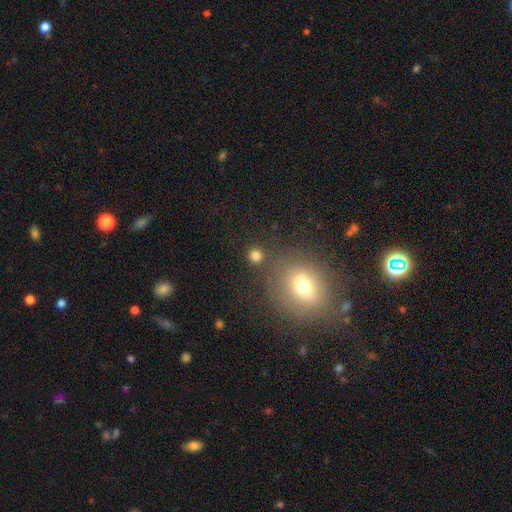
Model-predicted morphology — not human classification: smooth-or-featured: smooth: 79% | star or artifact: 15% | featured or disk: 6%
  how-rounded: round: 91% | in between: 8% | cigar-shaped: 1%
  merging: none: 82% | merger: 9% | minor disturbance: 7% | major disturbance: 3%